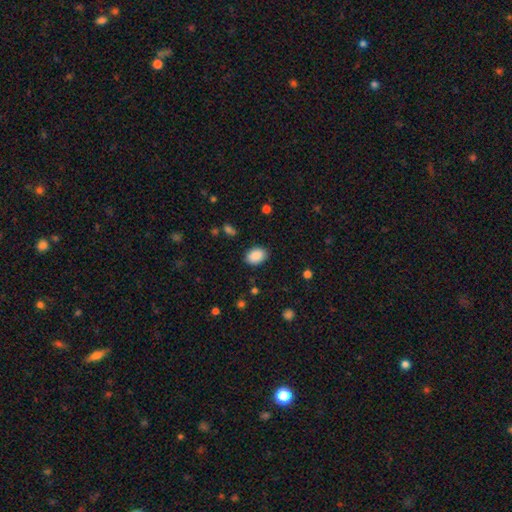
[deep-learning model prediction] The model was most divided on "how rounded": in between: 78%, round: 21%, cigar-shaped: 1%. More confident: smooth or featured — smooth (89%); merging — none (87%).